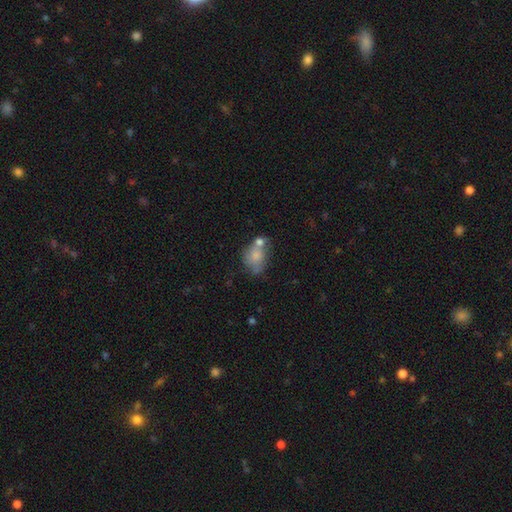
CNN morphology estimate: smooth 68%, featured or disk 22%, star or artifact 9%. Down the decision tree: how rounded — in between (65%); merging — merger (35%).